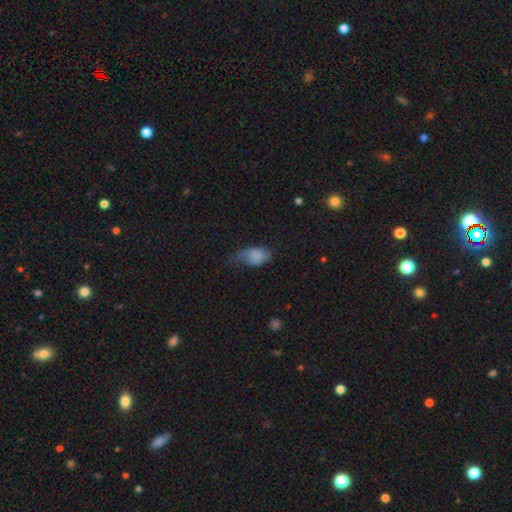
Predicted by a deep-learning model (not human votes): This appears to be a smooth galaxy with no disk features (74%) that is in between round and cigar-shaped (91%). Merging: minor disturbance (37%).